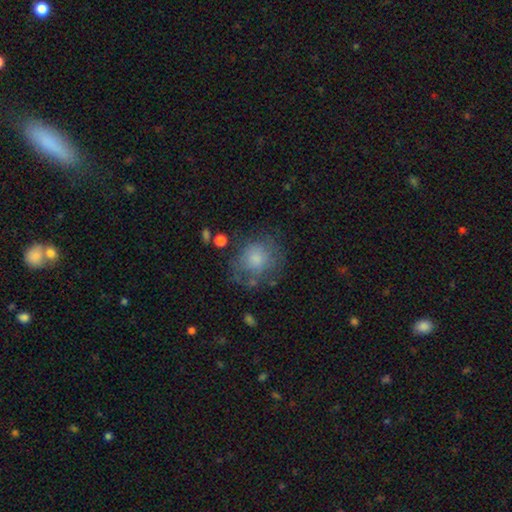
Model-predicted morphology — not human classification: This is likely a smooth galaxy (68%). How rounded: clearly round (80%). Merging: likely none (61%).